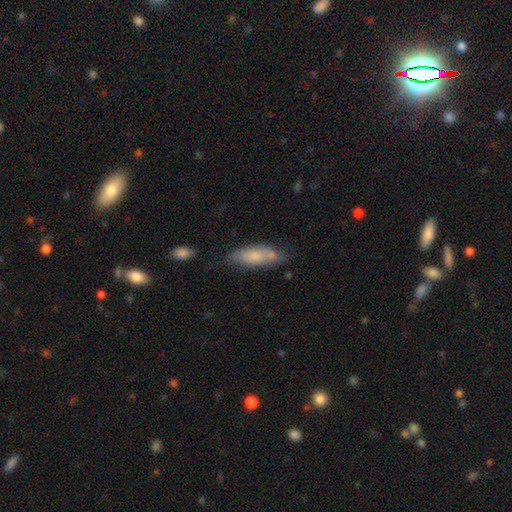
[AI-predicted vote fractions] This appears to be a smooth galaxy with no disk features (72%) that is in between round and cigar-shaped (61%). Merging: none (61%).